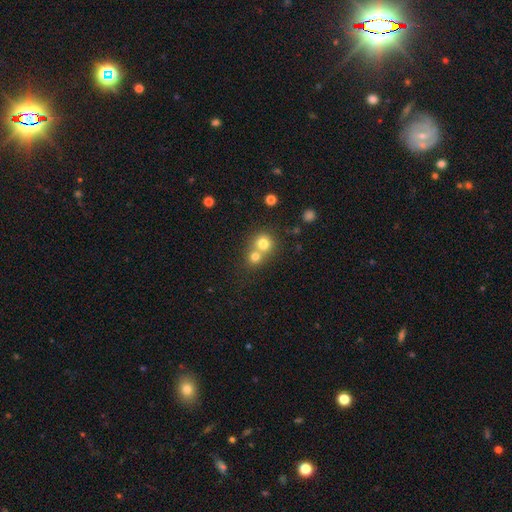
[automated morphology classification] This is likely a smooth galaxy (71%). How rounded: clearly round (85%). Merging: possibly merger (54%).